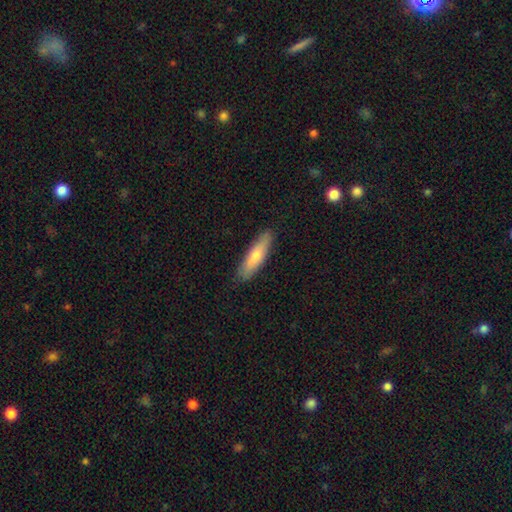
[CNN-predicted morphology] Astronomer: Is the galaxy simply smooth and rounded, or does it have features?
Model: smooth — 69%.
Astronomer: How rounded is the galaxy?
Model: cigar-shaped — 69%.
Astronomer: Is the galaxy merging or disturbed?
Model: none — 86%.